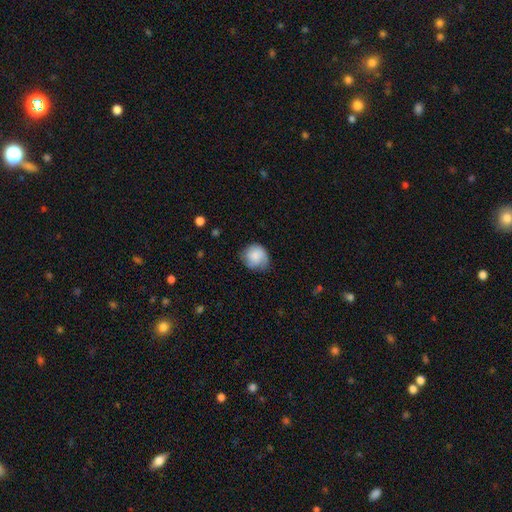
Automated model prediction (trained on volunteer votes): Smooth or featured? Predicted: smooth (p=0.73). How rounded? Predicted: round (p=0.79). Merging? Predicted: none (p=0.62).